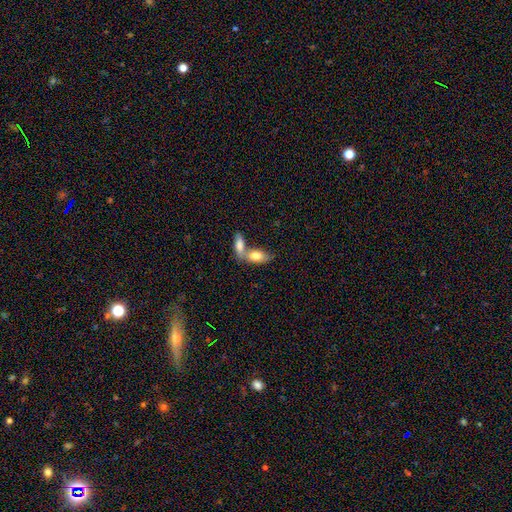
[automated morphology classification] The model was most divided on "merging": merger: 64%, none: 25%, minor disturbance: 7%, major disturbance: 3%. More confident: how rounded — in between (88%); smooth or featured — smooth (76%).